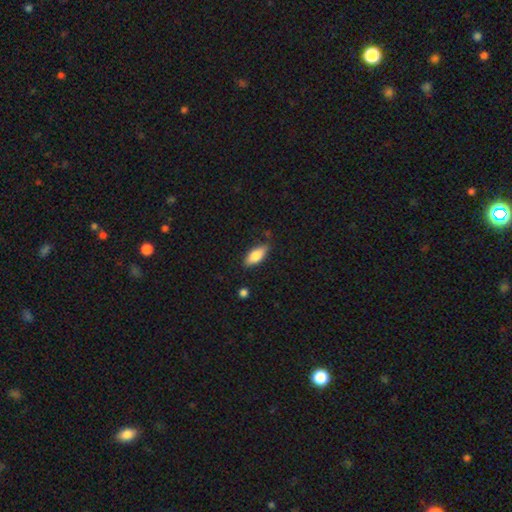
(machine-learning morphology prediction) A smooth galaxy with no disk features (78%) that is in between round and cigar-shaped (80%). Merging: none (81%).